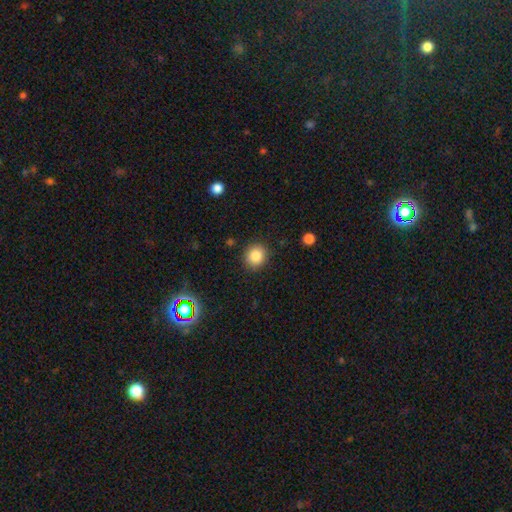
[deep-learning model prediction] A smooth galaxy with no disk features (84%) that is round (85%).

Vote fractions:
- Smooth or featured? smooth: 84% / star or artifact: 10% / featured or disk: 6%
- How rounded? round: 85% / in between: 14% / cigar-shaped: 1%
- Merging? none: 89% / minor disturbance: 8% / major disturbance: 2% / merger: 1%